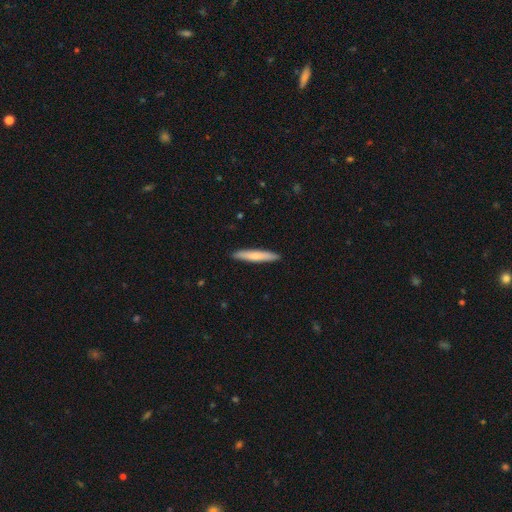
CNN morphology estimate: A smooth galaxy with no disk features (73%) that is cigar-shaped (93%).

Vote fractions:
- Smooth or featured? smooth: 73% / featured or disk: 23% / star or artifact: 5%
- How rounded? cigar-shaped: 93% / in between: 5% / round: 1%
- Merging? none: 92% / minor disturbance: 6% / major disturbance: 1% / merger: 1%